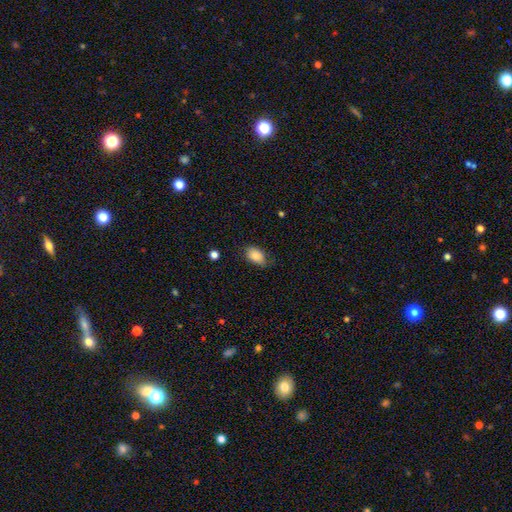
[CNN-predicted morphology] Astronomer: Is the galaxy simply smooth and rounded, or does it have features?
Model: smooth — 87%.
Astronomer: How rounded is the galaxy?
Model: in between — 87%.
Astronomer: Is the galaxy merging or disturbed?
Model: none — 70%.